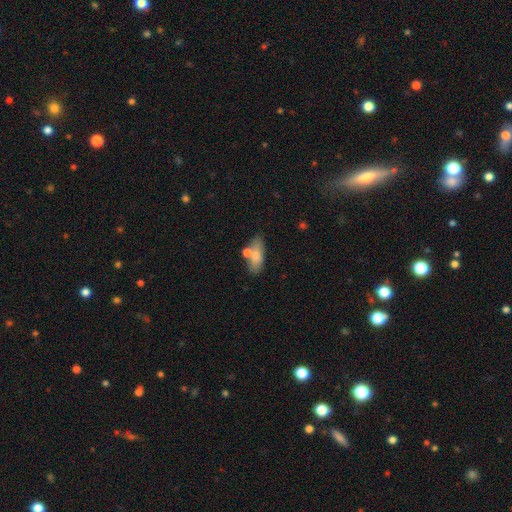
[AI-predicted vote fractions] smooth_or_featured: smooth (p=0.76) [alt: featured or disk p=0.16]
how_rounded: in between (p=0.77) [alt: cigar-shaped p=0.19]
merging: none (p=0.59) [alt: minor disturbance p=0.18]